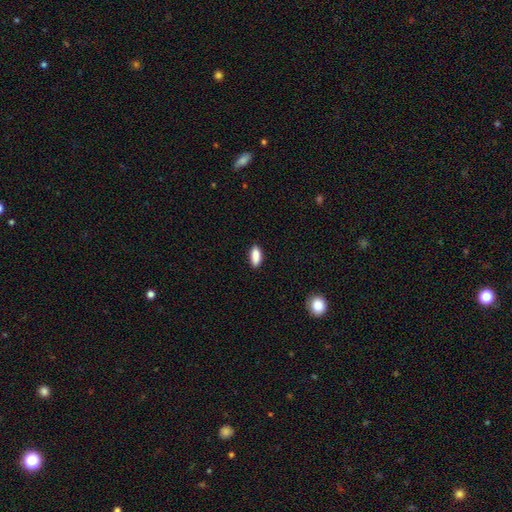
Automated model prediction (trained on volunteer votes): Smooth or featured? smooth (89%)
How rounded? in between (82%)
Merging? none (86%)